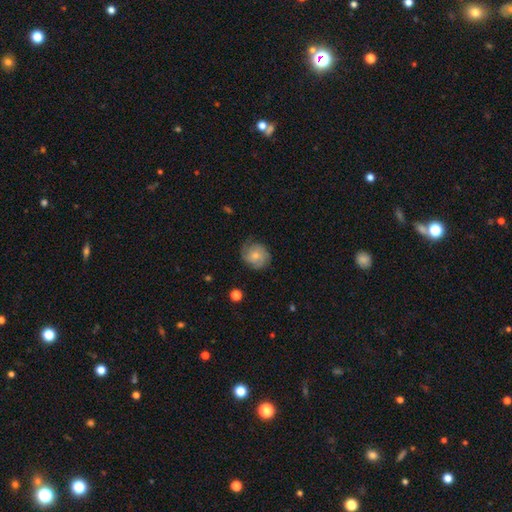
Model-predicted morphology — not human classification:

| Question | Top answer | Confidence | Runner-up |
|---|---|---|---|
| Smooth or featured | featured or disk | 55% | smooth (38%) |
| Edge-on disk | no | 97% | yes (3%) |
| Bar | no | 79% | weak (19%) |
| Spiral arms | yes | 89% | no (11%) |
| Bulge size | small | 59% | moderate (36%) |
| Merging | none | 74% | minor disturbance (19%) |